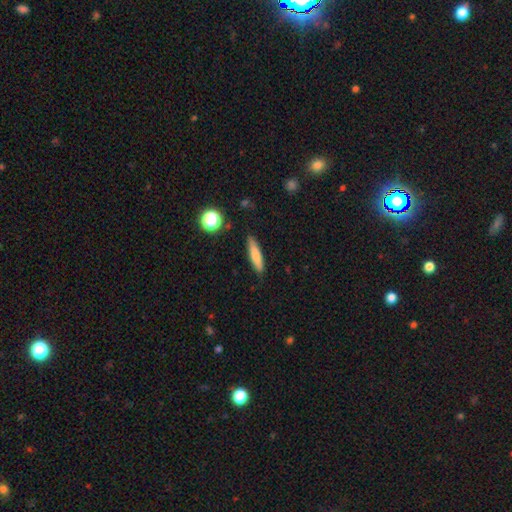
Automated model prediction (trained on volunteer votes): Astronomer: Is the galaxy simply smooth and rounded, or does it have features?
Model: smooth — 75%.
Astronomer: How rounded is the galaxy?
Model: cigar-shaped — 81%.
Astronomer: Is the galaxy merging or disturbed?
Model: none — 86%.